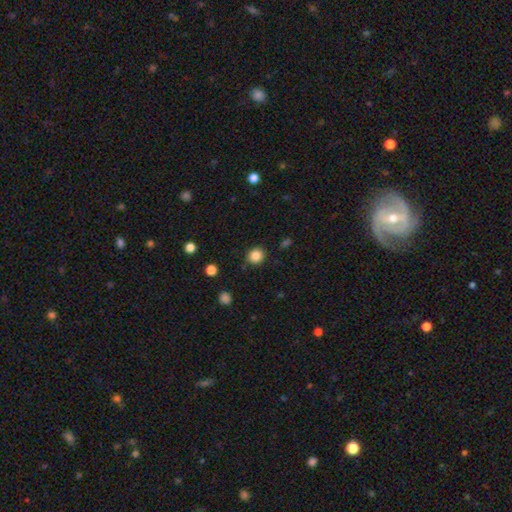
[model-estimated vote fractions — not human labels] smooth 86%, star or artifact 11%, featured or disk 4%. Down the decision tree: how rounded — round (86%); merging — none (88%).